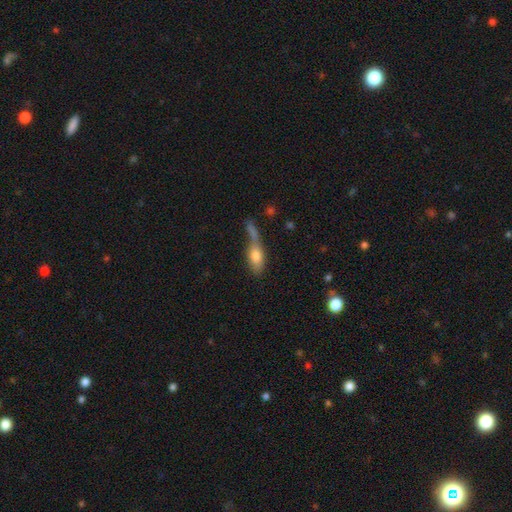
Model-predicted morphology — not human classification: The model was most divided on "merging": merger: 39%, none: 29%, major disturbance: 16%, minor disturbance: 15%. More confident: how rounded — in between (75%); smooth or featured — smooth (73%).